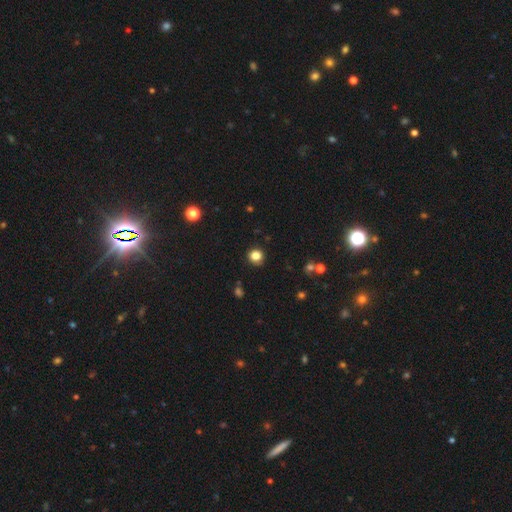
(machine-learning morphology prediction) Smooth or featured? Predicted: smooth (p=0.83). How rounded? Predicted: round (p=0.90). Merging? Predicted: none (p=0.89).